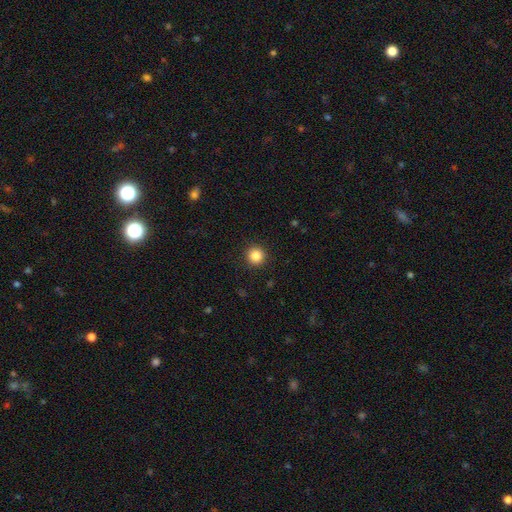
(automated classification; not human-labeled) Smooth or featured: smooth — 86% (star or artifact — 11%)
How rounded: round — 95% (in between — 4%)
Merging: none — 92% (minor disturbance — 5%)